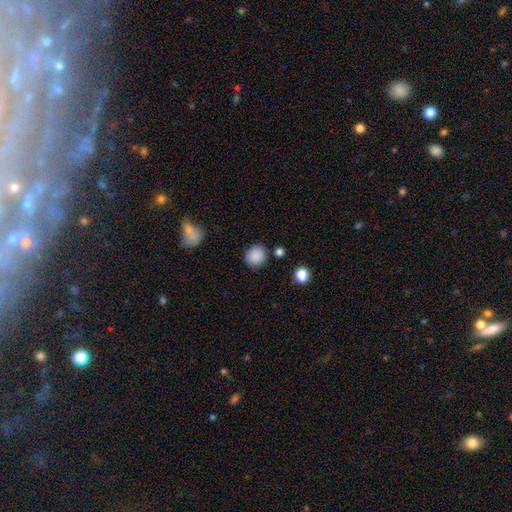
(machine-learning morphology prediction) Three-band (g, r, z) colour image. It shows a smooth galaxy with no disk features (88%) that is round (85%). Merging: none (85%).